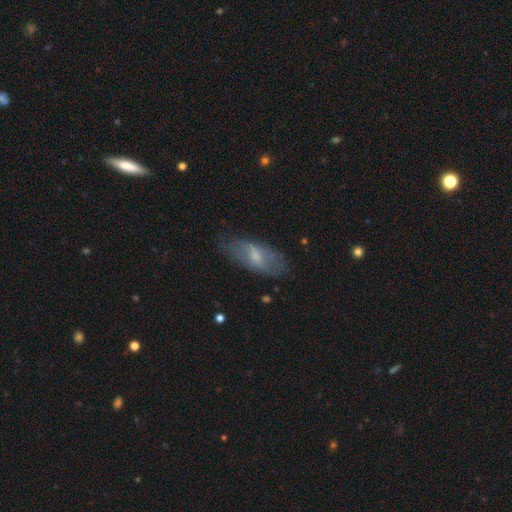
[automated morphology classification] This appears to be a smooth galaxy with no disk features (55%) that is in between round and cigar-shaped (82%). Merging: none (69%).